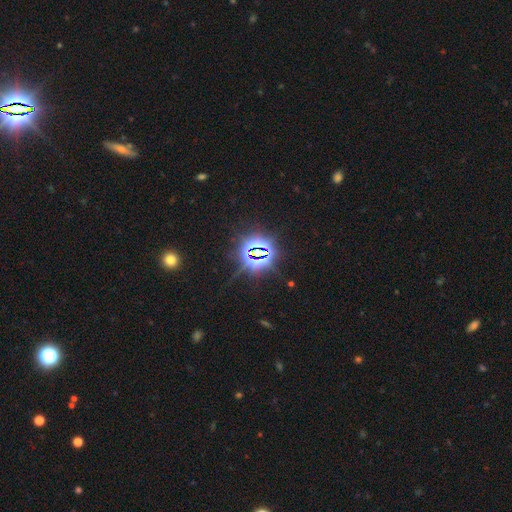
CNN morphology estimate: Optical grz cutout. It shows a star or artifact, not a galaxy (82%).